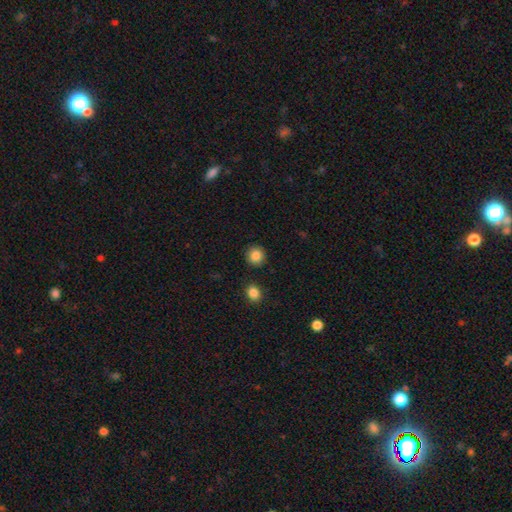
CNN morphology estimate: This appears to be a smooth galaxy with no disk features (86%) that is round (90%). Merging: none (89%).